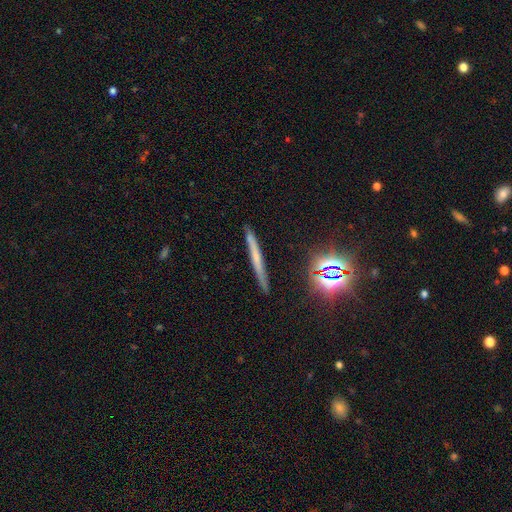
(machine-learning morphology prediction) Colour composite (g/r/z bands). It shows a smooth galaxy with no disk features (41%). Merging: none (88%).